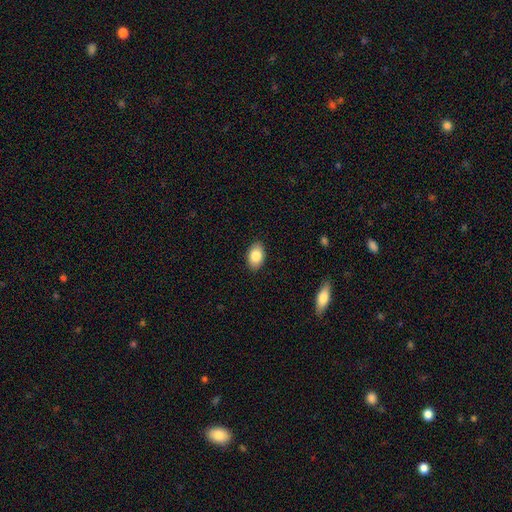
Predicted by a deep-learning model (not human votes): Smooth or featured: smooth — 86% (featured or disk — 7%)
How rounded: in between — 89% (round — 9%)
Merging: none — 88% (minor disturbance — 9%)